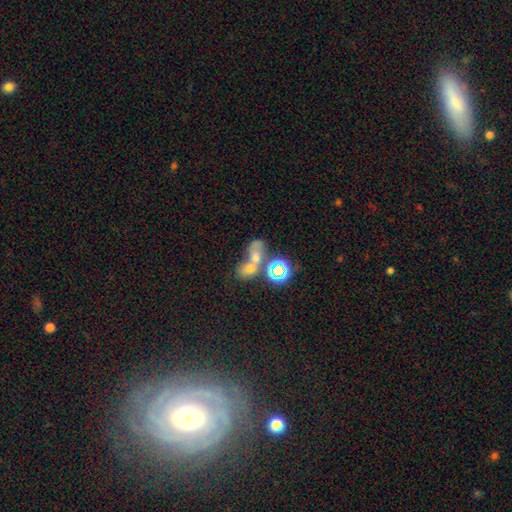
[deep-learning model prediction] smooth 54%, star or artifact 27%, featured or disk 19%. Down the decision tree: how rounded — in between (67%); merging — merger (63%).